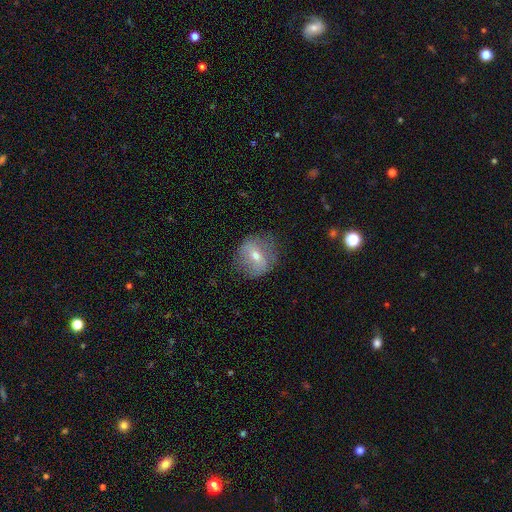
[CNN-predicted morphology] Smooth or featured? Predicted: smooth (p=0.46). Merging? Predicted: none (p=0.73).